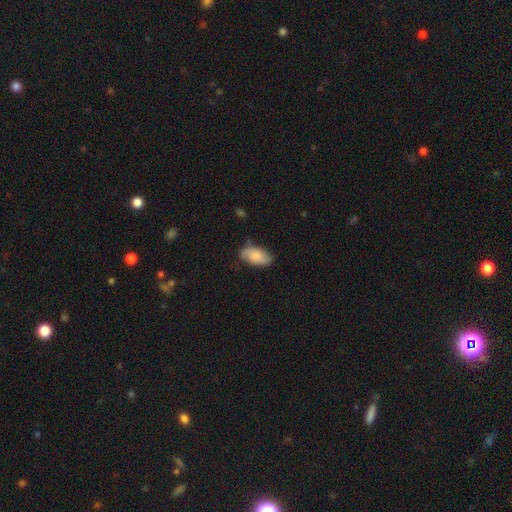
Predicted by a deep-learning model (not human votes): Smooth or featured: smooth — 79% (featured or disk — 14%)
How rounded: in between — 94% (round — 3%)
Merging: none — 72% (minor disturbance — 22%)